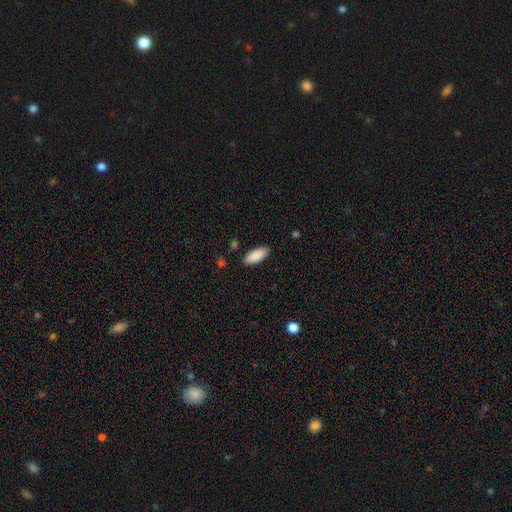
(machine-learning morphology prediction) The model was most divided on "how rounded": in between: 84%, cigar-shaped: 15%, round: 2%. More confident: smooth or featured — smooth (90%); merging — none (88%).